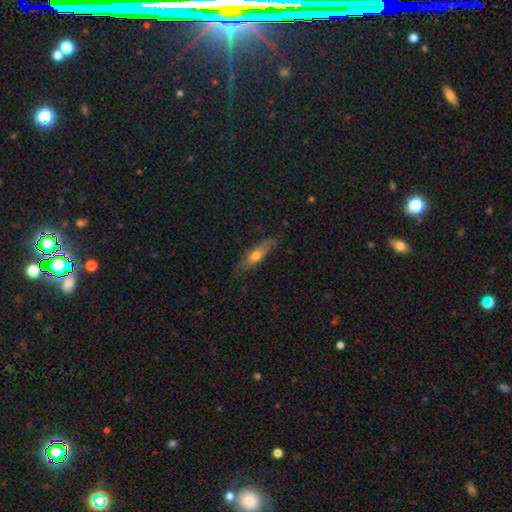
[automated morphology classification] smooth-or-featured: smooth: 53% | featured or disk: 40% | star or artifact: 7%
  how-rounded: cigar-shaped: 56% | in between: 41% | round: 3%
  merging: none: 69% | minor disturbance: 24% | major disturbance: 6% | merger: 1%